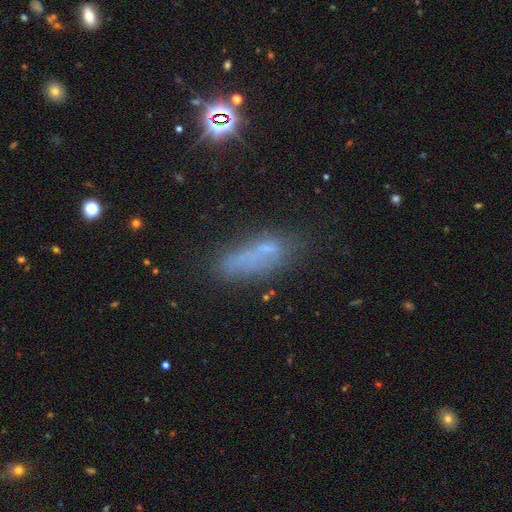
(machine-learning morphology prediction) smooth_or_featured: smooth (p=0.54) [alt: featured or disk p=0.25]
how_rounded: cigar-shaped (p=0.52) [alt: in between p=0.44]
merging: none (p=0.53) [alt: minor disturbance p=0.23]